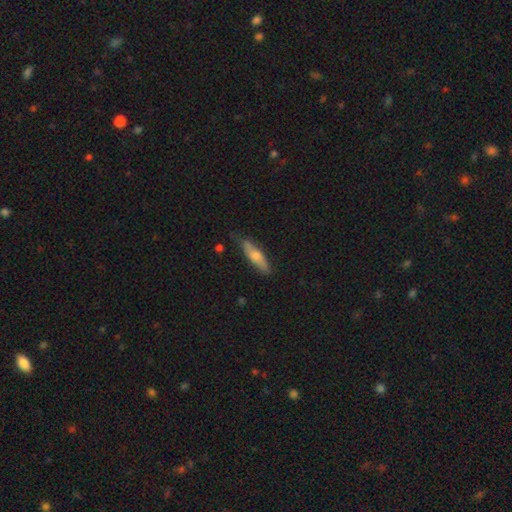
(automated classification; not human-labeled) The model was most divided on "smooth or featured": smooth: 60%, featured or disk: 34%, star or artifact: 6%. More confident: merging — none (78%); how rounded — cigar-shaped (68%).